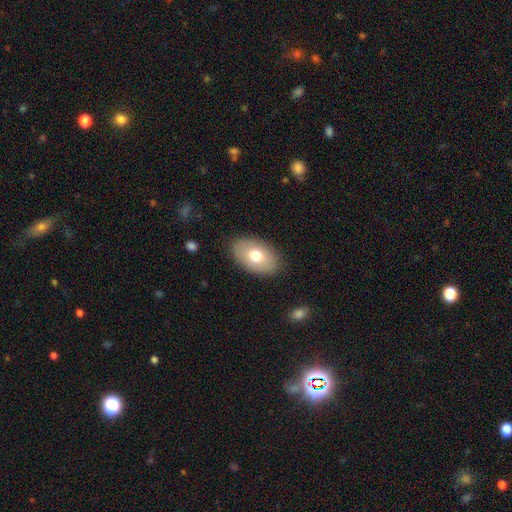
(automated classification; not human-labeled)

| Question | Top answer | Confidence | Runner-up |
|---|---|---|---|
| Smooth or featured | smooth | 71% | featured or disk (21%) |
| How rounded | in between | 91% | round (8%) |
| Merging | none | 85% | minor disturbance (11%) |